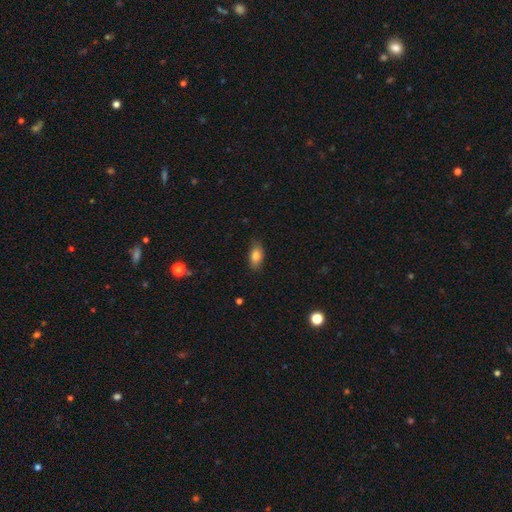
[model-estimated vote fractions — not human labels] Morphology: type=smooth (83%); roundness=in between (89%); merging=none (83%).